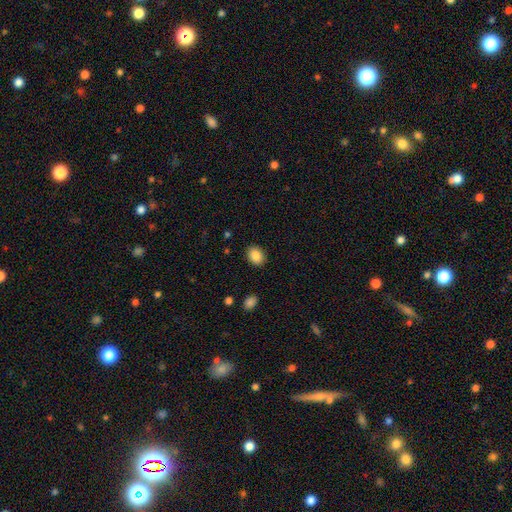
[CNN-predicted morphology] Smooth or featured?
  - smooth: 87% *
  - star or artifact: 8%
  - featured or disk: 5%
How rounded?
  - in between: 64% *
  - round: 35%
  - cigar-shaped: 1%
Merging?
  - none: 88% *
  - minor disturbance: 8%
  - major disturbance: 2%
  - merger: 1%